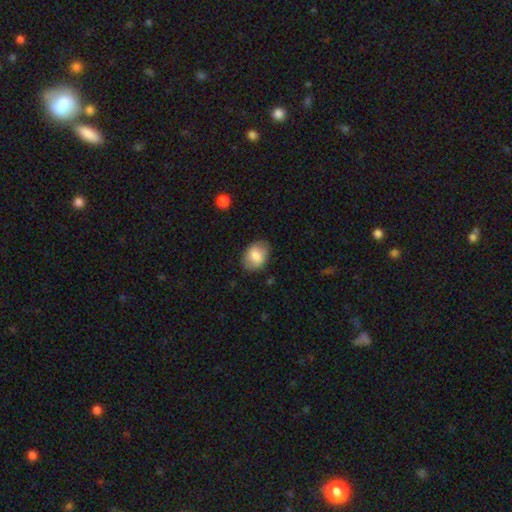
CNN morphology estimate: type=smooth (78%); roundness=in between (77%); merging=none (80%).